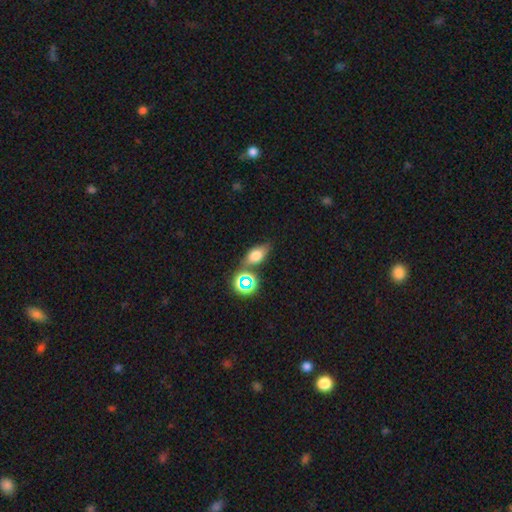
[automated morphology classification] Overall: smooth (64%). How rounded: in between (76%). Merging: none (65%).